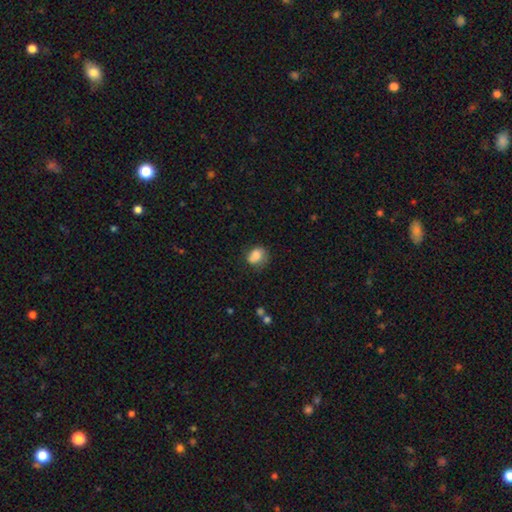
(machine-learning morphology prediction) Overall: smooth (79%). How rounded: in between (51%; round 48%). Merging: none (54%; minor disturbance 30%).